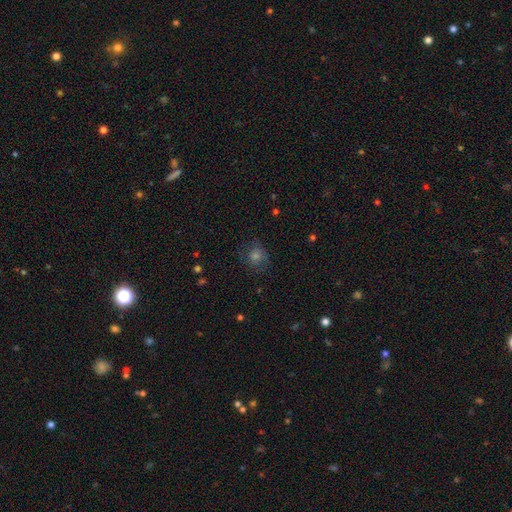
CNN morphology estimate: A smooth galaxy with no disk features (55%) that is round (79%).

Vote fractions:
- Smooth or featured? smooth: 55% / star or artifact: 26% / featured or disk: 19%
- How rounded? round: 79% / in between: 20% / cigar-shaped: 1%
- Merging? none: 77% / minor disturbance: 15% / major disturbance: 7% / merger: 1%